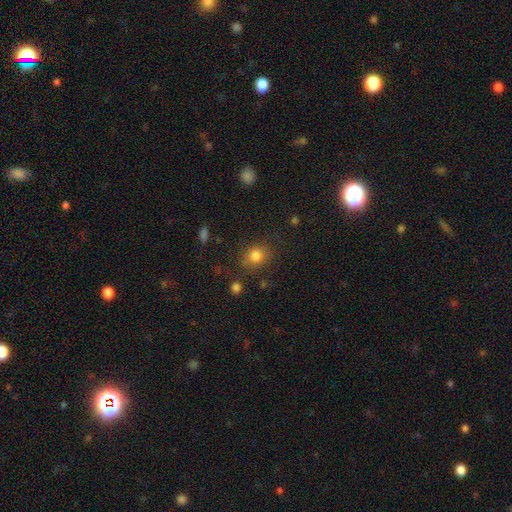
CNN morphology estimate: A smooth galaxy with no disk features (81%) that is round (66%). Merging: none (75%).